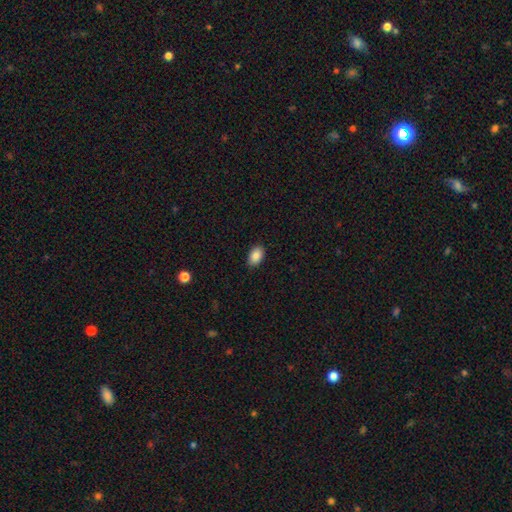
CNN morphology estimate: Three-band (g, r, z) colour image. It shows a smooth galaxy with no disk features (87%) that is in between round and cigar-shaped (90%). Merging: none (88%).